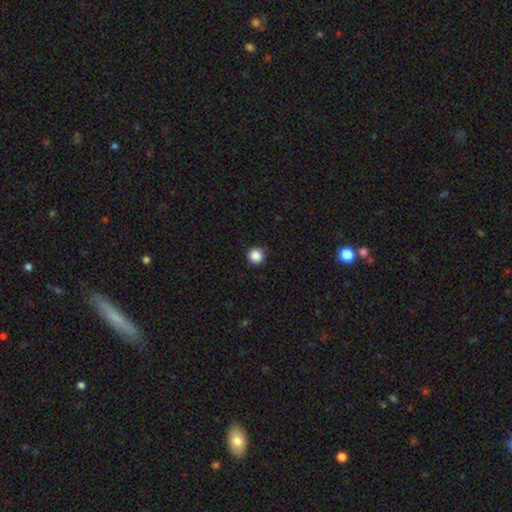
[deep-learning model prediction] Smooth or featured?
  - smooth: 87% *
  - star or artifact: 10%
  - featured or disk: 3%
How rounded?
  - round: 95% *
  - in between: 4%
  - cigar-shaped: 1%
Merging?
  - none: 90% *
  - minor disturbance: 7%
  - major disturbance: 2%
  - merger: 1%